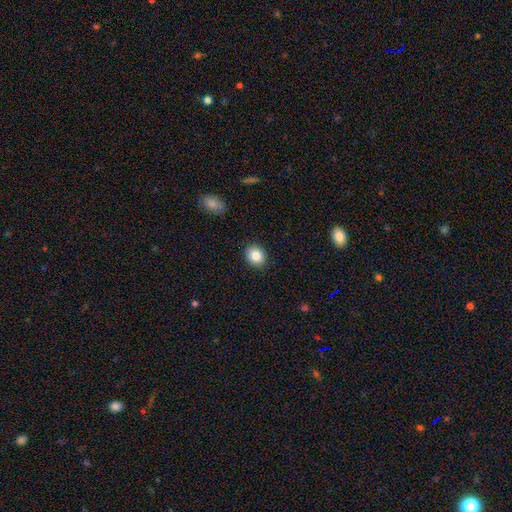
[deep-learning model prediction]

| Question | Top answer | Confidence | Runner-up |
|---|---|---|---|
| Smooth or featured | smooth | 84% | star or artifact (9%) |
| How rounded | round | 66% | in between (33%) |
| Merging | none | 90% | minor disturbance (7%) |